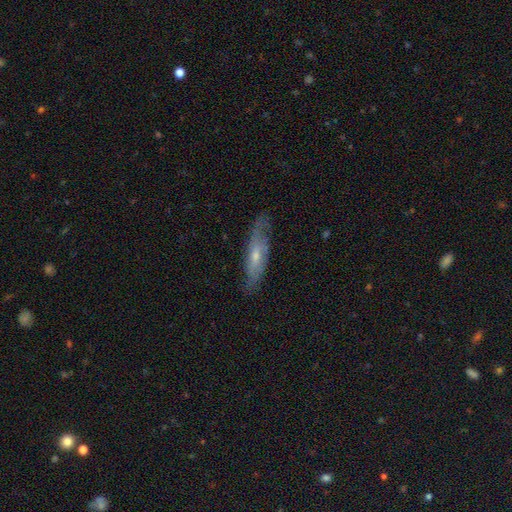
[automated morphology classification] type=featured or disk (62%); edge-on=no (57%); merging=none (73%).